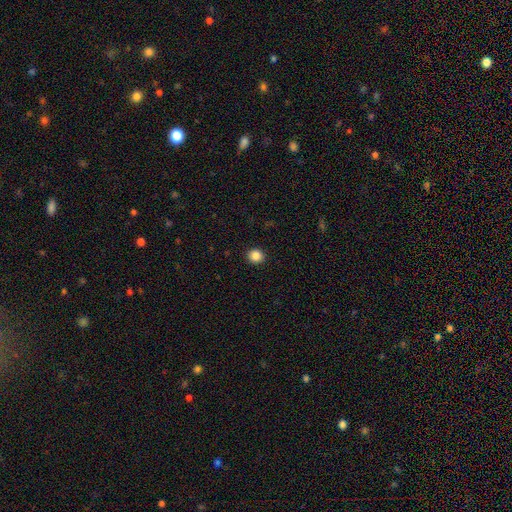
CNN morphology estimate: A smooth galaxy with no disk features (86%) that is round (85%). Merging: none (92%).